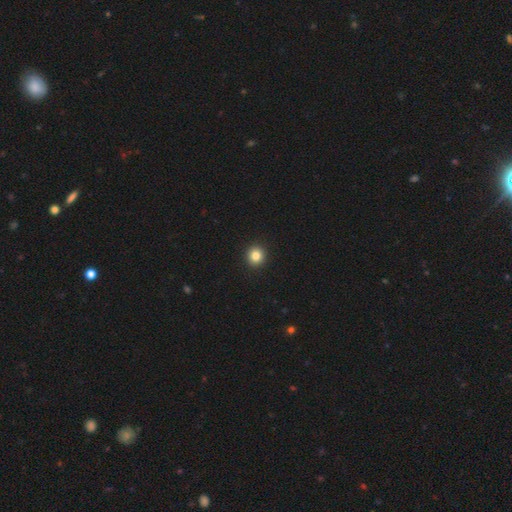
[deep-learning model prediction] This appears to be a smooth galaxy with no disk features (84%) that is round (91%). Merging: none (94%).